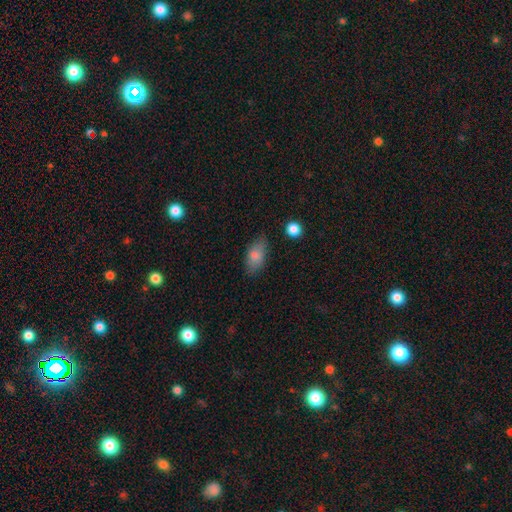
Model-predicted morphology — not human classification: Q: Smooth or featured?
A: smooth (81%); runner-up: featured or disk (11%)
Q: How rounded?
A: in between (89%); runner-up: round (6%)
Q: Merging?
A: none (73%); runner-up: minor disturbance (20%)